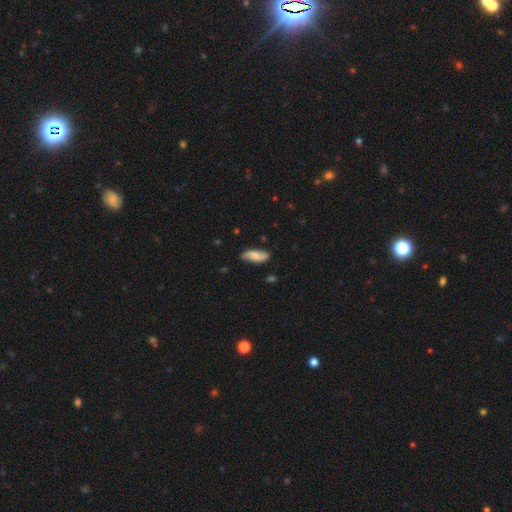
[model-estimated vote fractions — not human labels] A smooth galaxy with no disk features (59%) that is in between round and cigar-shaped (73%). Merging: none (79%).